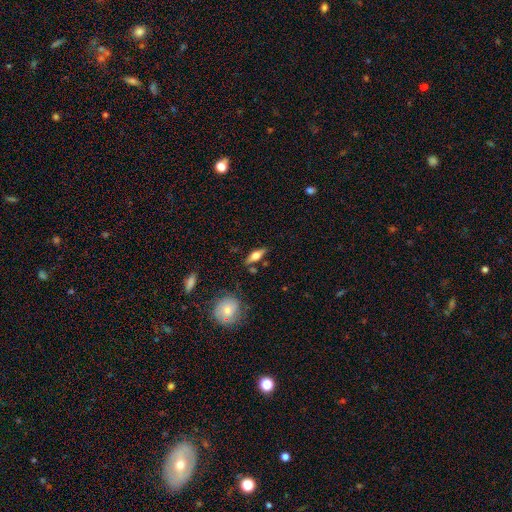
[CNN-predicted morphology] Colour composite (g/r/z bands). It shows a smooth galaxy with no disk features (48%). Merging: none (79%).